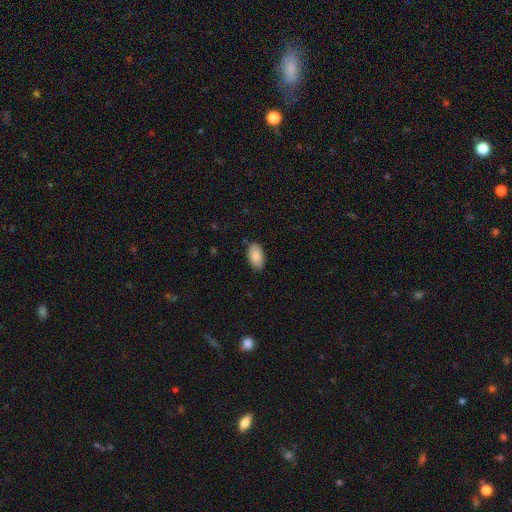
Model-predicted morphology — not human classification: smooth_or_featured: smooth (p=0.87) [alt: star or artifact p=0.07]
how_rounded: in between (p=0.95) [alt: round p=0.03]
merging: none (p=0.85) [alt: minor disturbance p=0.11]